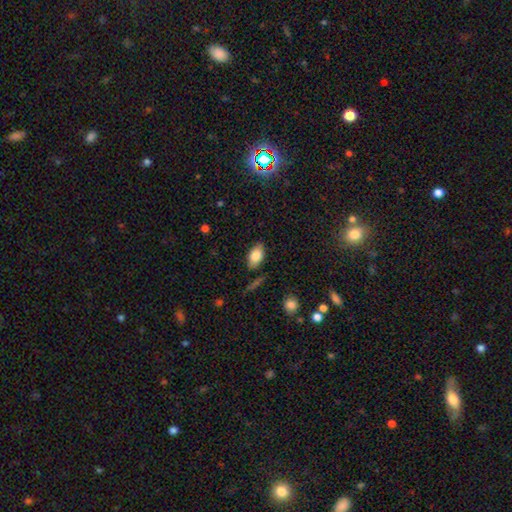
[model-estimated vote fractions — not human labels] This is clearly a smooth galaxy (81%). How rounded: clearly in between (92%). Merging: clearly none (82%).